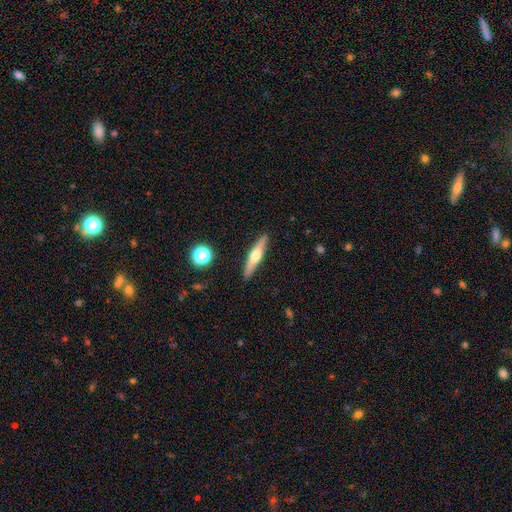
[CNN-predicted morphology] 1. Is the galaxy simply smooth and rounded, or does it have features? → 55% featured or disk, 39% smooth, 7% star or artifact.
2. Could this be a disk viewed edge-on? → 94% yes, 6% no.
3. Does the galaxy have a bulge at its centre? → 91% rounded, 5% none, 4% boxy.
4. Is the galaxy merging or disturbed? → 90% none, 8% minor disturbance, 2% major disturbance, 1% merger.